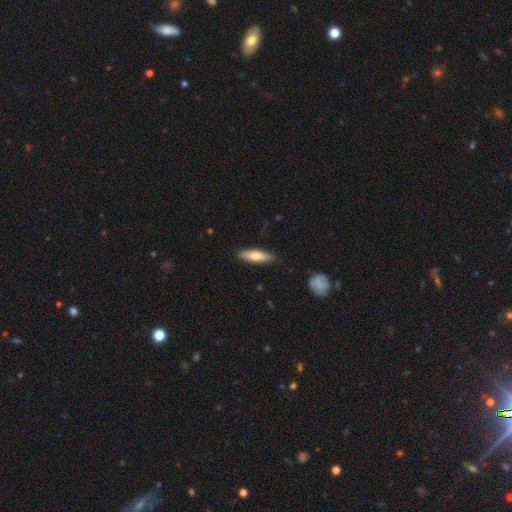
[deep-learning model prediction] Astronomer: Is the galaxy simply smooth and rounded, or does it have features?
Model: smooth — 70%.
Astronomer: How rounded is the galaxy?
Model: cigar-shaped — 61% (runner-up: in between, 37%).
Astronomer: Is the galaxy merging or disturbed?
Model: none — 87%.